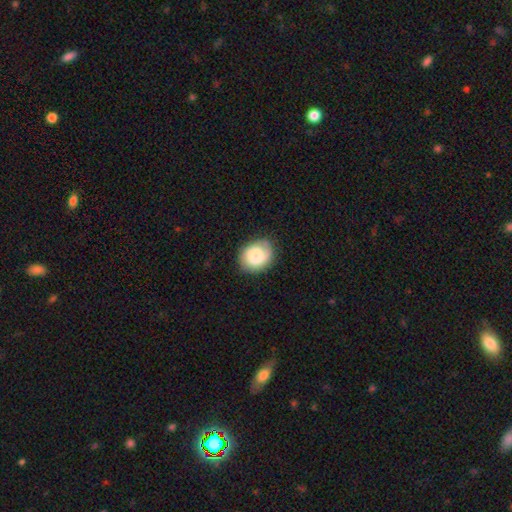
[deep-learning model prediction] Morphology: type=smooth (73%); roundness=round (59%); merging=none (76%).